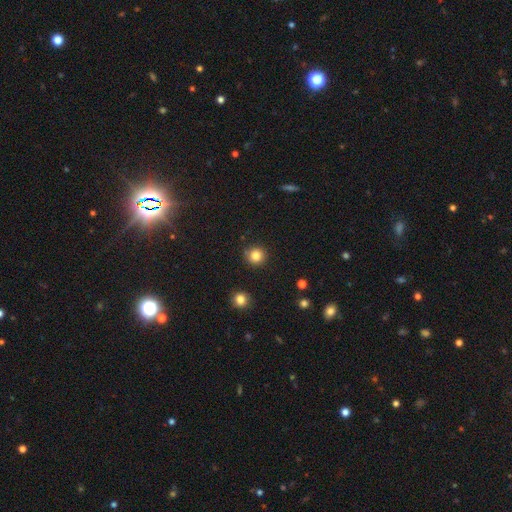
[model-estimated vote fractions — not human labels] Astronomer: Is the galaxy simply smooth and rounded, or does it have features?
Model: smooth — 83%.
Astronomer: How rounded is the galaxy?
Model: round — 94%.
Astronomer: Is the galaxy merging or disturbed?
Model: none — 89%.